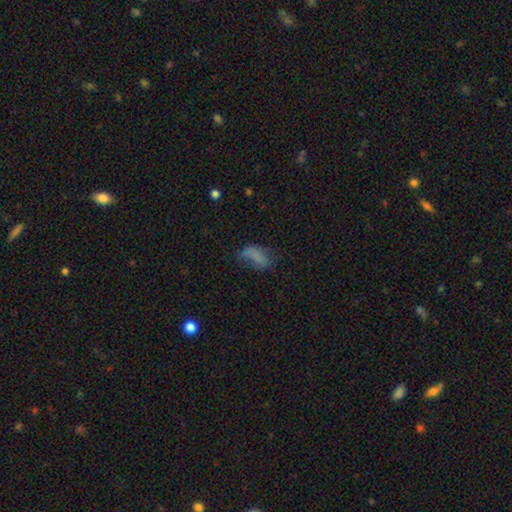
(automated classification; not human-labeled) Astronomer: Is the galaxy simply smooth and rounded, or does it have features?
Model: smooth — 66%.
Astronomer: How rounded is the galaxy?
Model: in between — 86%.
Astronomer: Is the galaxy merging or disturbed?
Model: none — 36% (runner-up: major disturbance, 31%).